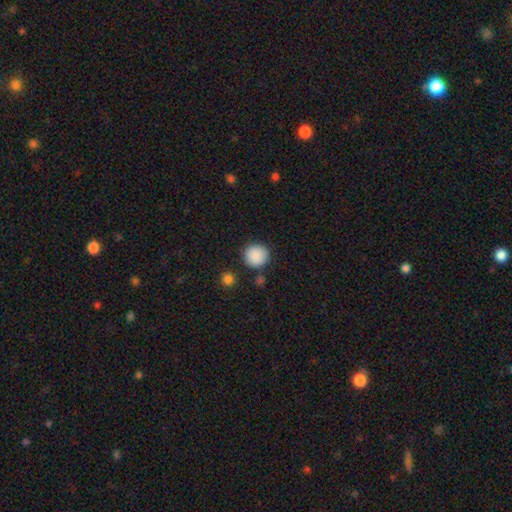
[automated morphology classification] smooth_or_featured: smooth (p=0.89) [alt: star or artifact p=0.08]
how_rounded: round (p=0.93) [alt: in between p=0.06]
merging: none (p=0.86) [alt: minor disturbance p=0.08]